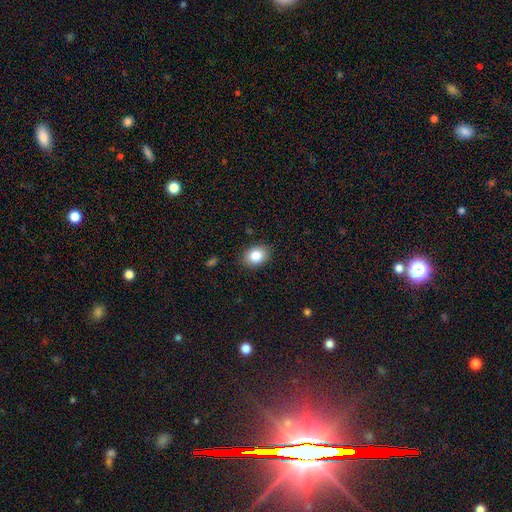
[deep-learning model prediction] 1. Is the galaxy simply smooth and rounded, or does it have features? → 84% smooth, 9% star or artifact, 7% featured or disk.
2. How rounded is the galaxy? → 63% in between, 36% round, 1% cigar-shaped.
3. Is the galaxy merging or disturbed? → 87% none, 10% minor disturbance, 2% major disturbance, 1% merger.